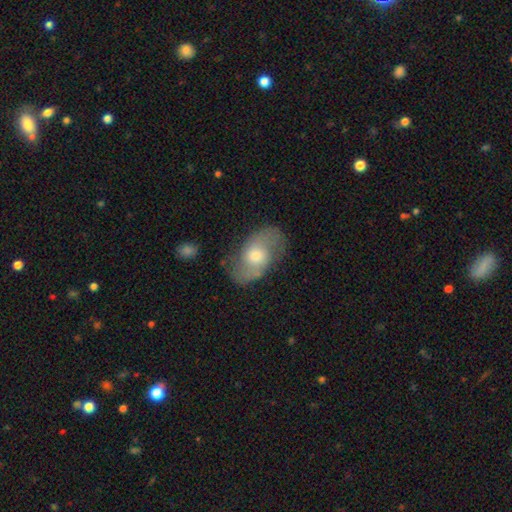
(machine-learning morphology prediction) The model was most divided on "spiral winding": medium: 47%, loose: 36%, tight: 18%. More confident: edge-on disk — no (95%); spiral arm count — 2 (88%); spiral arms — yes (83%); merging — none (75%); smooth or featured — featured or disk (67%); bulge size — moderate (64%); bar — no (62%).